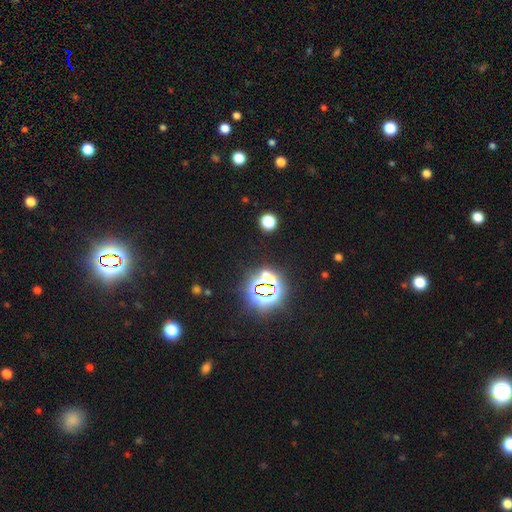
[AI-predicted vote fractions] Overall: star or artifact (83%).